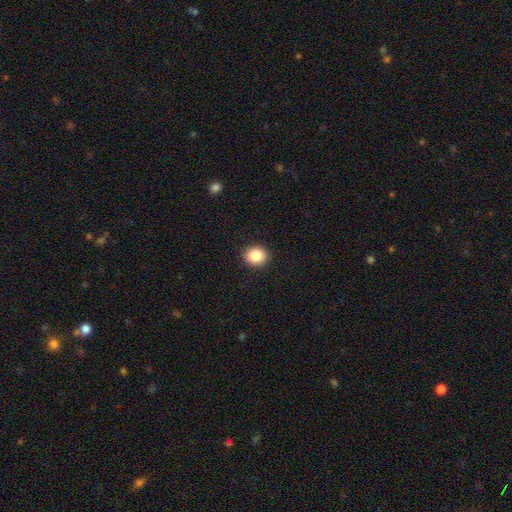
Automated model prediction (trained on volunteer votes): A smooth galaxy with no disk features (85%) that is round (81%). Merging: none (92%).